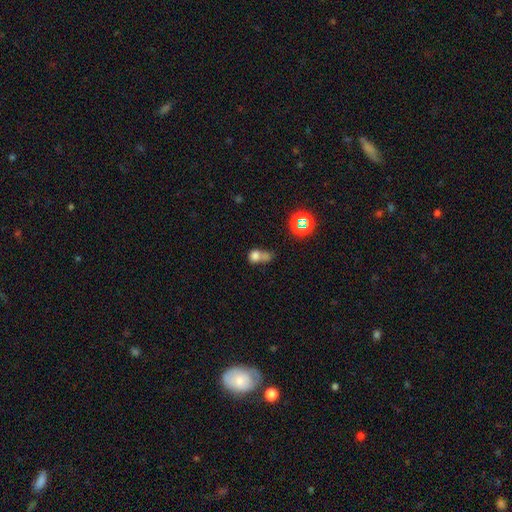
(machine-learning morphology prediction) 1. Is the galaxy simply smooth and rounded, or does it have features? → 68% smooth, 18% star or artifact, 14% featured or disk.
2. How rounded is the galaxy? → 62% round, 36% in between, 2% cigar-shaped.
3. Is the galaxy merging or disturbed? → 49% merger, 26% none, 13% minor disturbance, 12% major disturbance.